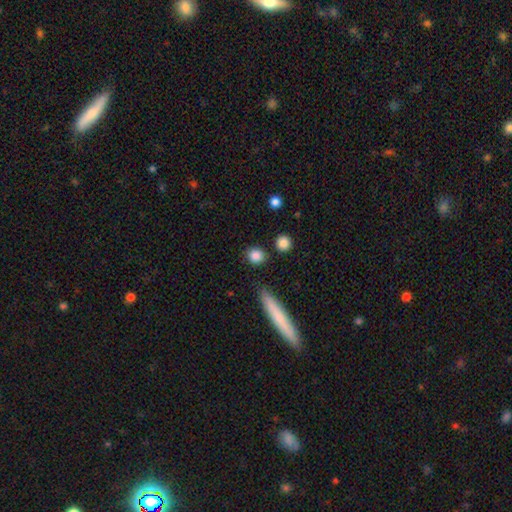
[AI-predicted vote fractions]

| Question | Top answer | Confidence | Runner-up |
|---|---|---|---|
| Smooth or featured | smooth | 86% | star or artifact (9%) |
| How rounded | round | 80% | in between (16%) |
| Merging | none | 84% | minor disturbance (9%) |